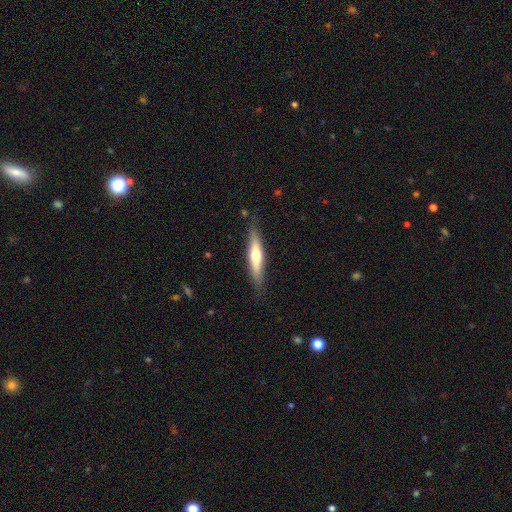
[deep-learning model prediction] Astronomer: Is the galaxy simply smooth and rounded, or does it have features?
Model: smooth — 49% (runner-up: featured or disk, 46%).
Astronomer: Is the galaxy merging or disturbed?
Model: none — 83%.